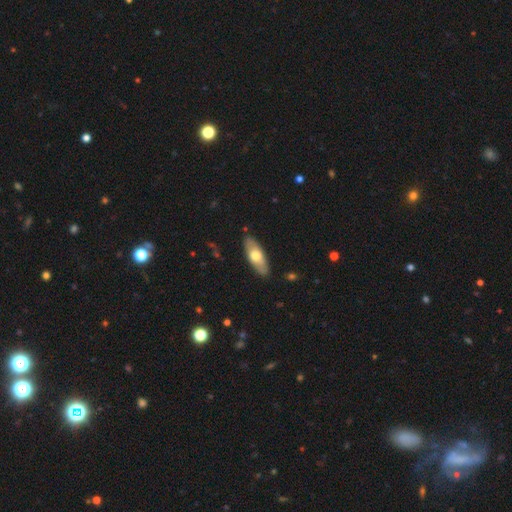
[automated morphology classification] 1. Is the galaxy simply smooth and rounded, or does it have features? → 59% smooth, 36% featured or disk, 5% star or artifact.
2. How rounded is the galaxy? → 72% in between, 26% cigar-shaped, 2% round.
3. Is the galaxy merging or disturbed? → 87% none, 10% minor disturbance, 2% major disturbance, 1% merger.